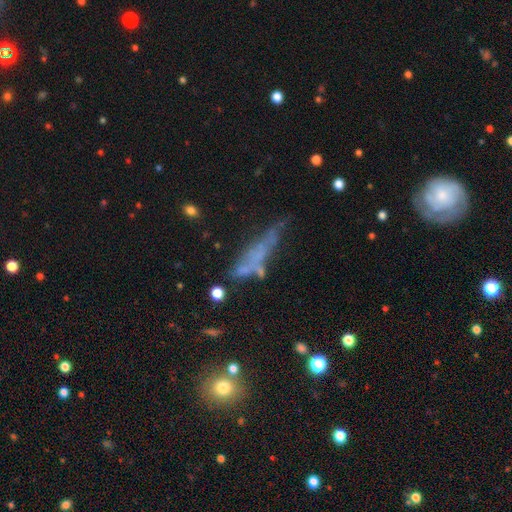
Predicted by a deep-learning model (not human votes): featured or disk 41%, smooth 38%, star or artifact 21%. Down the decision tree: merging — none (43%).